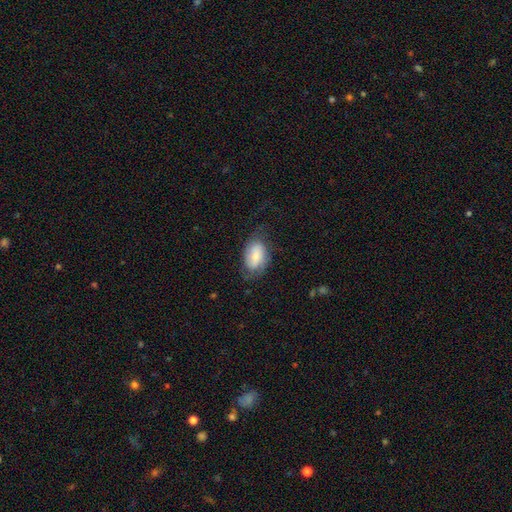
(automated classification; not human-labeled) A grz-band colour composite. It shows a smooth galaxy with no disk features (52%) that is in between round and cigar-shaped (90%). Merging: none (59%).